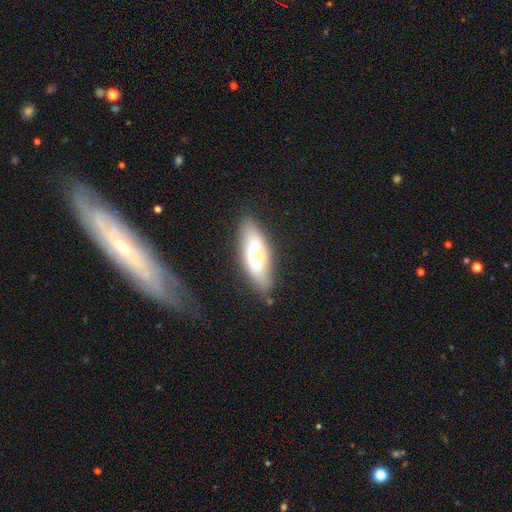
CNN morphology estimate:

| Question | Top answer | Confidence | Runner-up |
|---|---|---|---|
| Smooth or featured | smooth | 61% | featured or disk (31%) |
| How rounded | in between | 59% | cigar-shaped (39%) |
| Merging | none | 73% | minor disturbance (16%) |